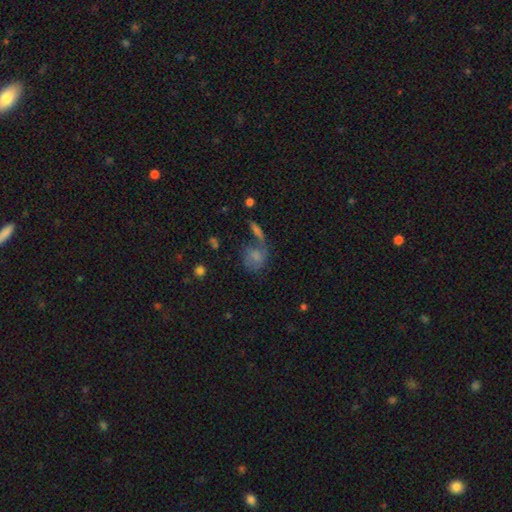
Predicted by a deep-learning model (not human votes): This appears to be a smooth galaxy with no disk features (63%) that is round (55%). Merging: none (41%).